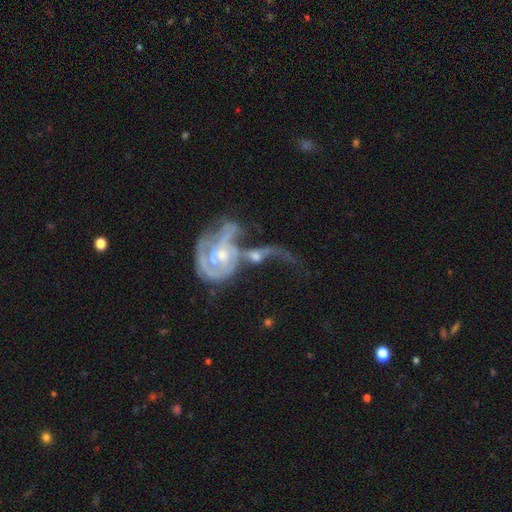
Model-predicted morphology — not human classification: This is likely a featured or disk galaxy (78%). It is clearly not viewed edge-on (93%). Bar: likely no (66%). Spiral arm pattern: likely yes (80%). Spiral arm count: possibly 2 (48%). Spiral winding: possibly loose (48%). Central bulge: possibly moderate (54%). Merging: likely merger (65%).